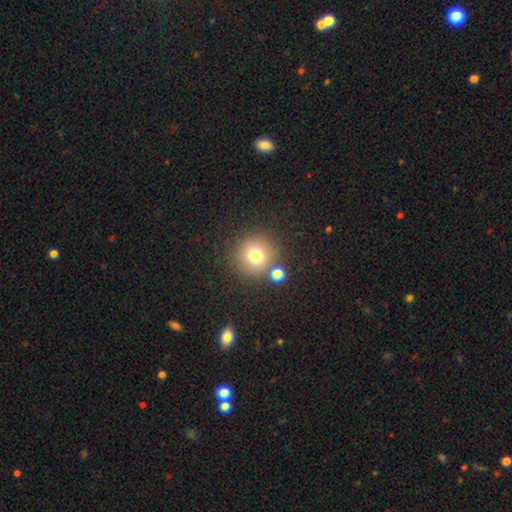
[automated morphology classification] smooth_or_featured: smooth (p=0.75) [alt: star or artifact p=0.15]
how_rounded: round (p=0.93) [alt: in between p=0.06]
merging: none (p=0.76) [alt: merger p=0.12]